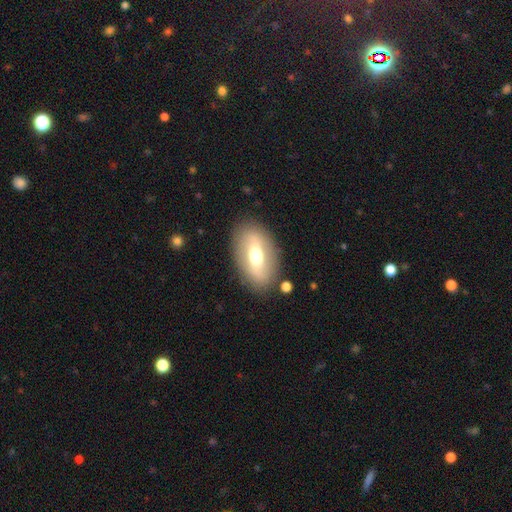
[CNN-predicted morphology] Smooth or featured: smooth — 51% (featured or disk — 41%)
How rounded: in between — 88% (round — 9%)
Merging: none — 83% (minor disturbance — 11%)